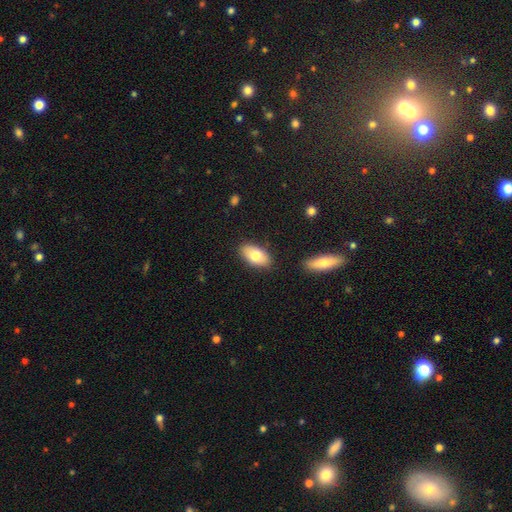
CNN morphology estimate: Smooth or featured? smooth (76%)
How rounded? in between (93%)
Merging? none (85%)